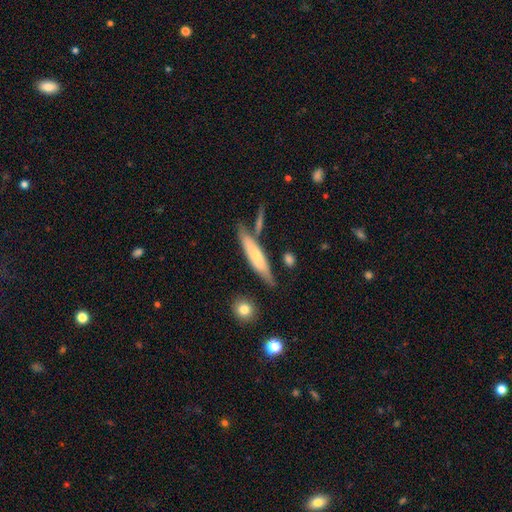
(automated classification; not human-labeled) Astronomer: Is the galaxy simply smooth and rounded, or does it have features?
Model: smooth — 54% (runner-up: featured or disk, 40%).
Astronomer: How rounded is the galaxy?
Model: cigar-shaped — 82%.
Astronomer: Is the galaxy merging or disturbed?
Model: none — 70%.